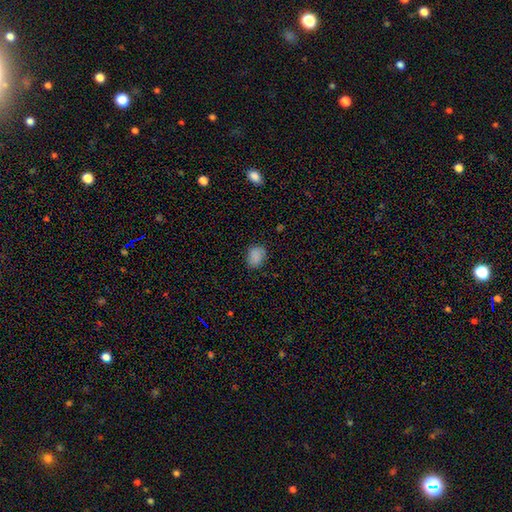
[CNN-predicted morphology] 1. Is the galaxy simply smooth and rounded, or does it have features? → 85% smooth, 10% star or artifact, 5% featured or disk.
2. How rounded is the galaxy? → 57% in between, 42% round, 1% cigar-shaped.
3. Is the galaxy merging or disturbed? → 79% none, 16% minor disturbance, 3% major disturbance, 1% merger.